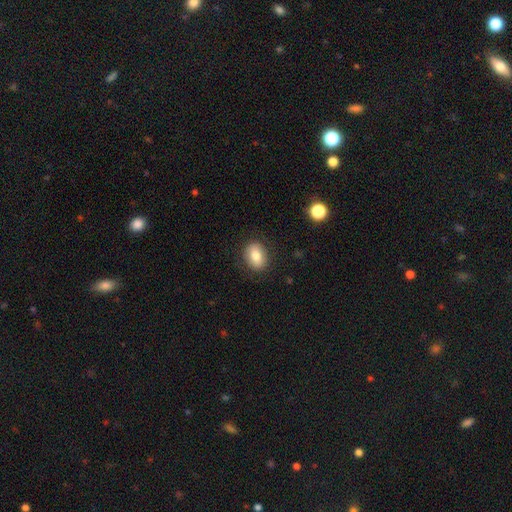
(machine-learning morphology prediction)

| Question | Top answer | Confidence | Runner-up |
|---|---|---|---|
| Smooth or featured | smooth | 81% | featured or disk (11%) |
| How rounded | in between | 68% | round (31%) |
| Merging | none | 86% | minor disturbance (10%) |